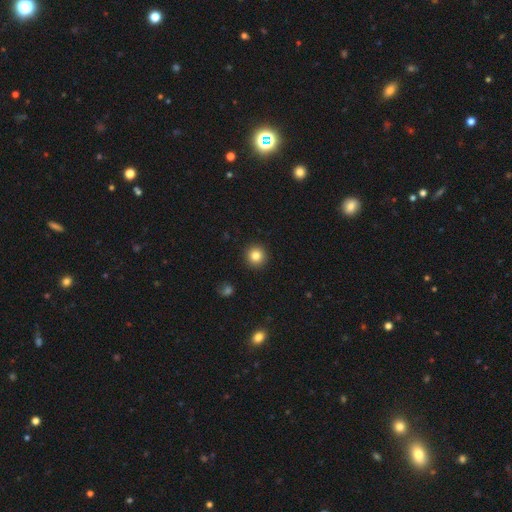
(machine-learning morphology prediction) This appears to be a smooth galaxy with no disk features (83%) that is round (95%). Merging: none (93%).